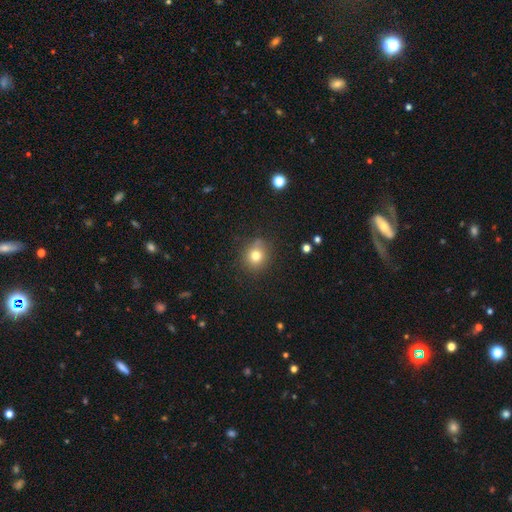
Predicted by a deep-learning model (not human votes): Smooth or featured: smooth — 77% (star or artifact — 14%)
How rounded: round — 82% (in between — 17%)
Merging: none — 81% (minor disturbance — 13%)